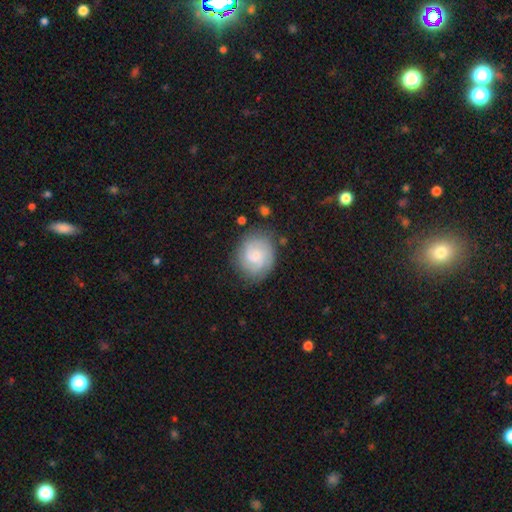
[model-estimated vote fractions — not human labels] Smooth or featured? featured or disk (66%)
Edge-on disk? no (98%)
Bar? no (62%)
Spiral arms? yes (95%)
Spiral winding? tight (59%)
Spiral arm count? 2 (37%)
Bulge size? small (54%)
Merging? none (77%)